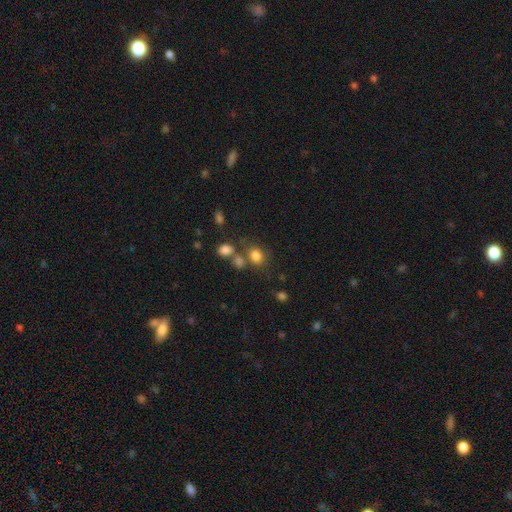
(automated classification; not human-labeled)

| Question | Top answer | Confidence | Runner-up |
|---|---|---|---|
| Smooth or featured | smooth | 79% | star or artifact (13%) |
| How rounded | round | 60% | in between (39%) |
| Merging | none | 59% | merger (22%) |